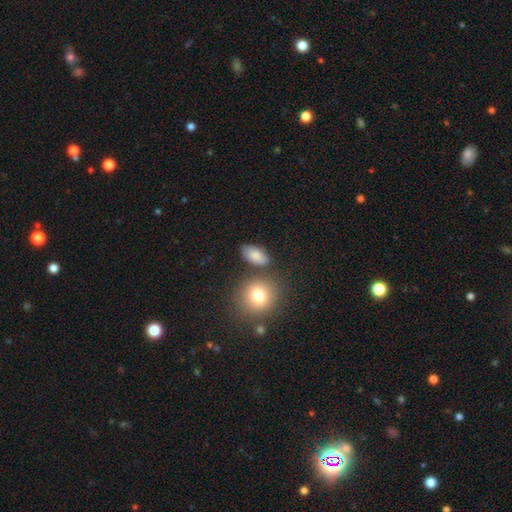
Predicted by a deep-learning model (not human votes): Overall: smooth (82%). How rounded: in between (85%). Merging: none (72%).